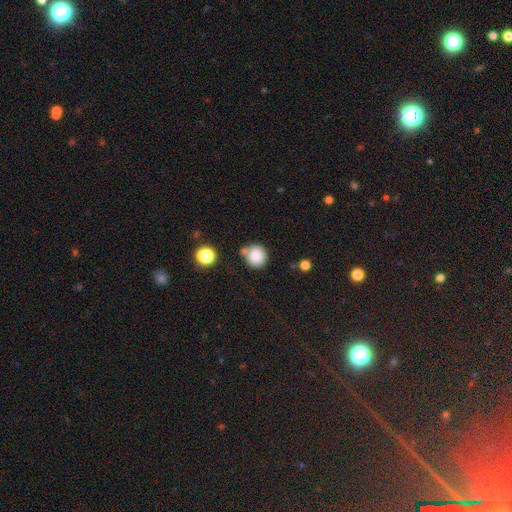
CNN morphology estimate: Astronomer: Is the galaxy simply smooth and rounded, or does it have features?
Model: smooth — 85%.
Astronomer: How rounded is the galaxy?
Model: round — 90%.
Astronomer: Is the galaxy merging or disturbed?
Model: none — 64%.